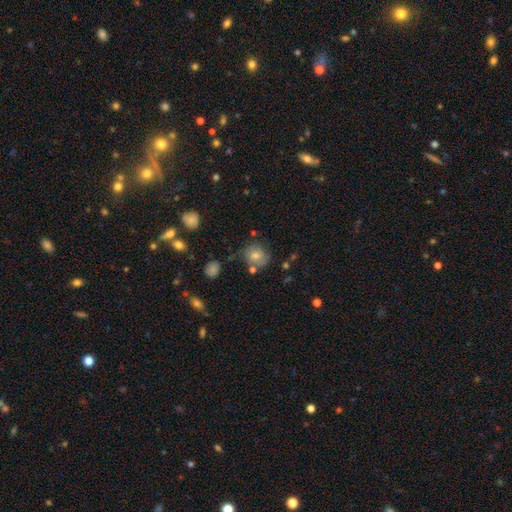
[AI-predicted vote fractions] smooth 68%, featured or disk 22%, star or artifact 10%. Down the decision tree: how rounded — round (74%); merging — none (62%).